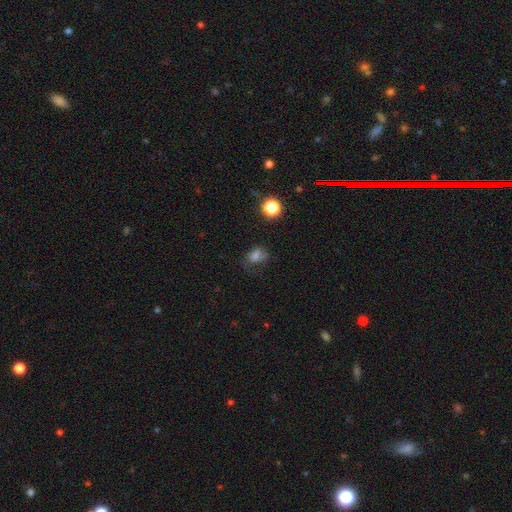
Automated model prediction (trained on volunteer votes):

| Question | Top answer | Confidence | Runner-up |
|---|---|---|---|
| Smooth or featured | smooth | 67% | star or artifact (18%) |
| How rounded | in between | 64% | round (34%) |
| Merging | none | 42% | minor disturbance (27%) |